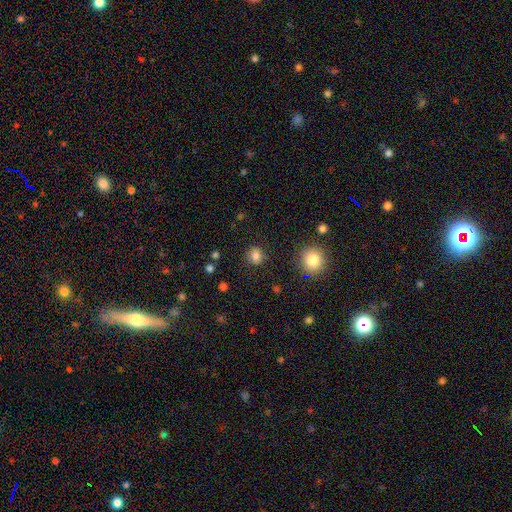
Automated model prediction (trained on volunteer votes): Smooth or featured? smooth (82%)
How rounded? round (72%)
Merging? none (84%)